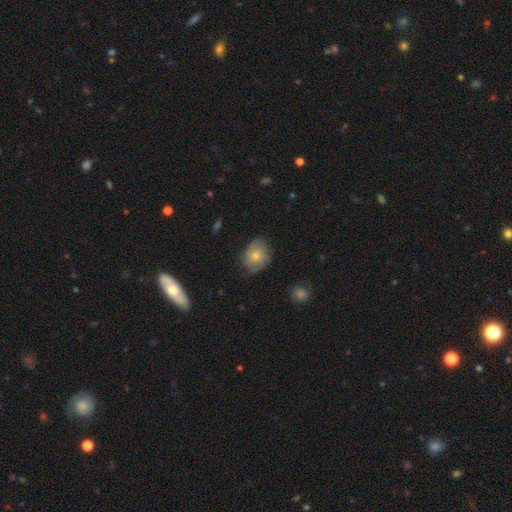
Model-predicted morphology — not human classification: type=smooth (67%); roundness=in between (52%); merging=none (67%).